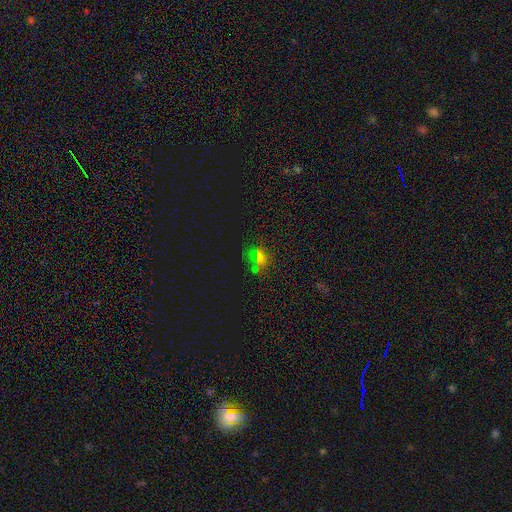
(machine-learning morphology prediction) type=star or artifact (49%).